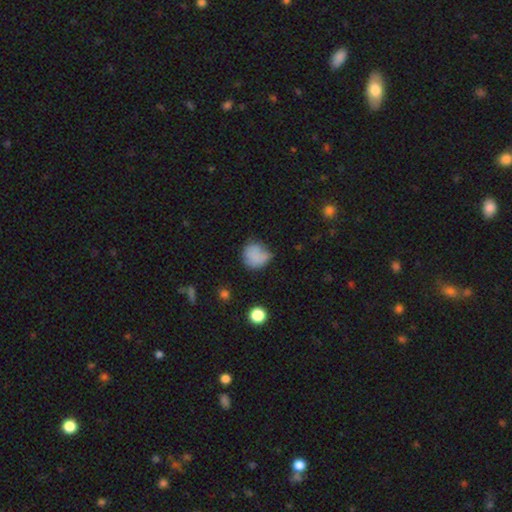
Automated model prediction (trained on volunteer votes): A smooth galaxy with no disk features (80%) that is round (84%). Merging: none (52%).